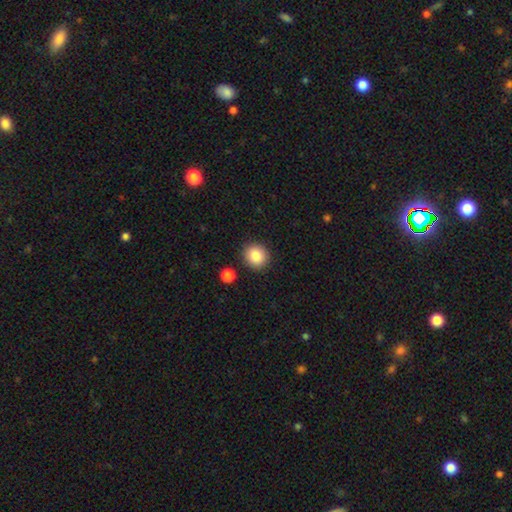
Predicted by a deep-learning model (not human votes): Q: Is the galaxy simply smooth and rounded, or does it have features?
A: smooth — 85%.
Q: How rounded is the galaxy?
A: round — 84%.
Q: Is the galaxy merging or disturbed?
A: none — 88%.